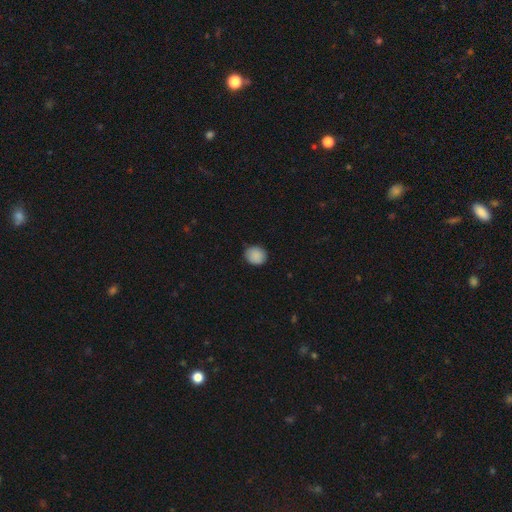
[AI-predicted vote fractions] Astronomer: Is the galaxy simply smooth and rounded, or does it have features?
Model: smooth — 88%.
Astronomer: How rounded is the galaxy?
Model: round — 78%.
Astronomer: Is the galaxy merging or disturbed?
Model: none — 81%.